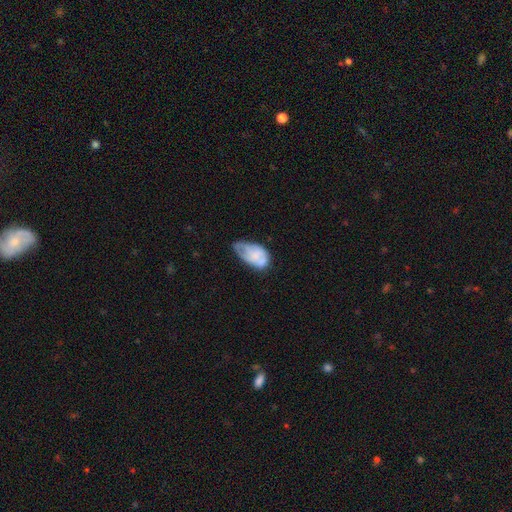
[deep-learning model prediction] This is likely a smooth galaxy (60%). How rounded: clearly in between (93%). Merging: marginally minor disturbance (45%).